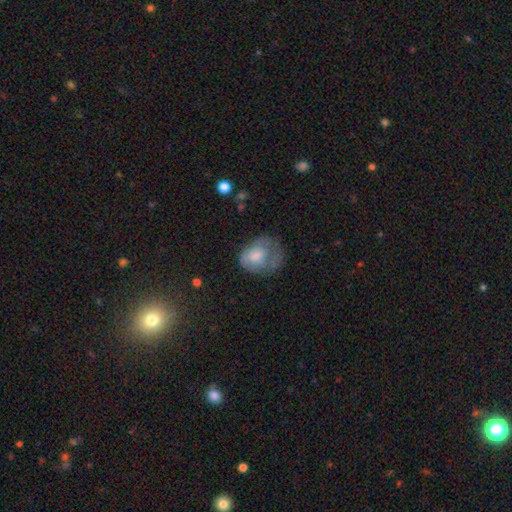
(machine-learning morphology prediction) type=smooth (59%); roundness=in between (55%); merging=none (39%).